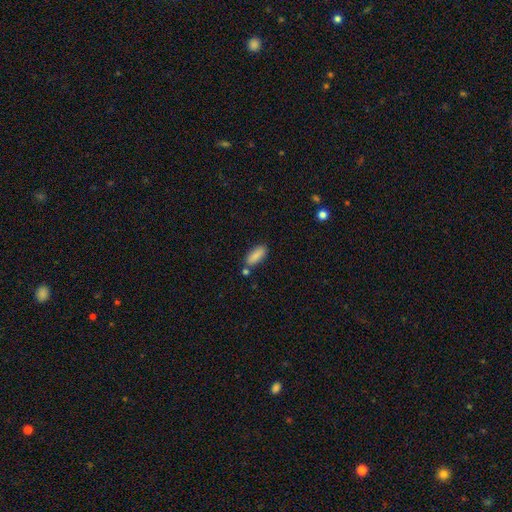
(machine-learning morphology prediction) smooth_or_featured: smooth (p=0.87) [alt: star or artifact p=0.07]
how_rounded: in between (p=0.77) [alt: cigar-shaped p=0.21]
merging: none (p=0.71) [alt: minor disturbance p=0.14]